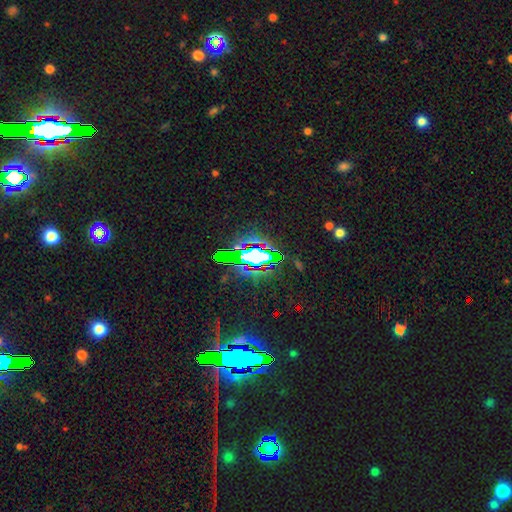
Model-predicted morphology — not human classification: This is likely a star or artifact rather than a galaxy (63%).